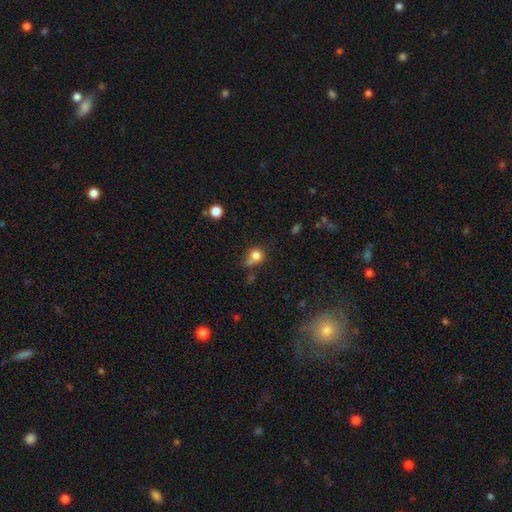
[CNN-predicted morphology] Smooth or featured: smooth — 79% (star or artifact — 12%)
How rounded: round — 76% (in between — 23%)
Merging: none — 44% (minor disturbance — 27%)